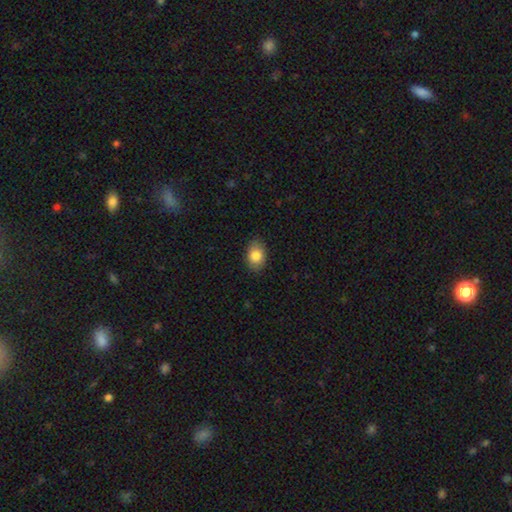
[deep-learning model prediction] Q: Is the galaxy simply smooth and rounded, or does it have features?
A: smooth — 85%.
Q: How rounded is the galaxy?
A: in between — 80%.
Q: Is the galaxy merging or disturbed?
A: none — 86%.